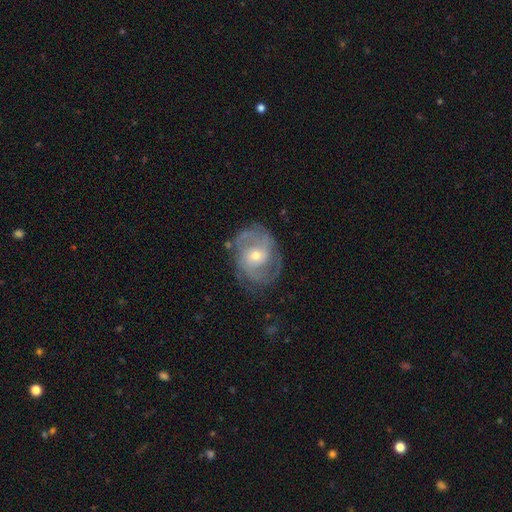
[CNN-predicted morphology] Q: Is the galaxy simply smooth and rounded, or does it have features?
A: featured or disk — 80%.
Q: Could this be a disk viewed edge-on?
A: no — 97%.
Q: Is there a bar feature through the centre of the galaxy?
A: no — 54%.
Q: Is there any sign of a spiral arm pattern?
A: yes — 89%.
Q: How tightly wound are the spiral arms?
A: medium — 44%.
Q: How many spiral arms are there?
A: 2 — 49%.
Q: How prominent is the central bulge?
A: moderate — 48%, tied with small.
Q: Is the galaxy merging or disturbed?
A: none — 66%.